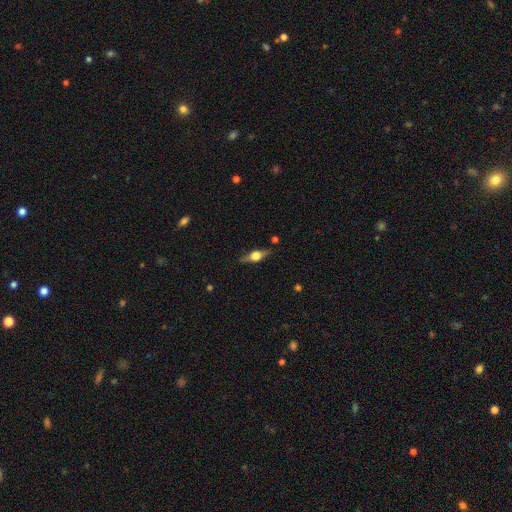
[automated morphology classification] A featured or disk galaxy (71%) viewed edge-on (96%) with a rounded central bulge (93%). Merging: none (85%).